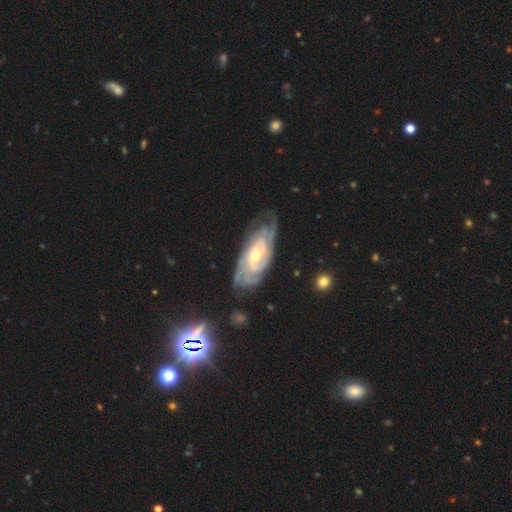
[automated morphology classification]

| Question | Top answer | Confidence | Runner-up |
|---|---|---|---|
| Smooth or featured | featured or disk | 86% | smooth (8%) |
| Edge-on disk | no | 92% | yes (8%) |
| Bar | no | 61% | weak (29%) |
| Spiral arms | yes | 95% | no (5%) |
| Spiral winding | tight | 72% | medium (23%) |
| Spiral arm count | can't tell | 38% | 3 (19%) |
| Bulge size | moderate | 50% | small (46%) |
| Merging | none | 65% | minor disturbance (24%) |